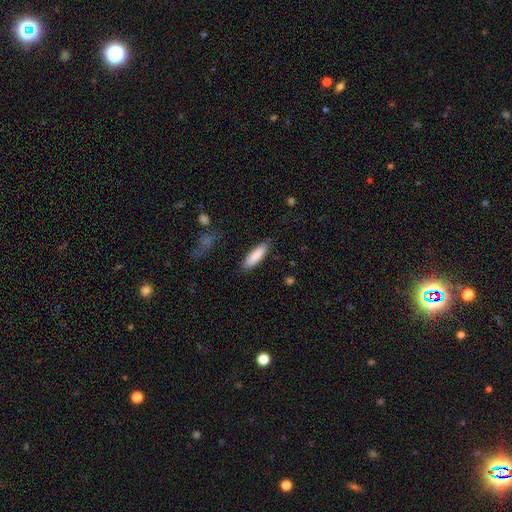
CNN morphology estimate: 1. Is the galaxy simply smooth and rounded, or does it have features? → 87% smooth, 8% featured or disk, 6% star or artifact.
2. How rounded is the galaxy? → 60% cigar-shaped, 38% in between, 1% round.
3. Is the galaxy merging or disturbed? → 86% none, 10% minor disturbance, 2% major disturbance, 2% merger.